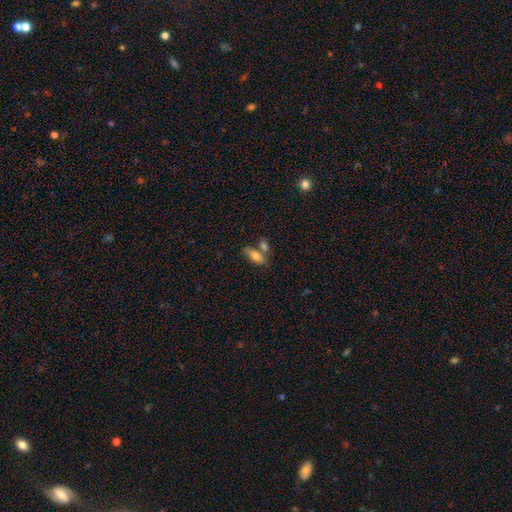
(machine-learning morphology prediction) Overall: smooth (76%). How rounded: in between (77%). Merging: none (48%; merger 33%).